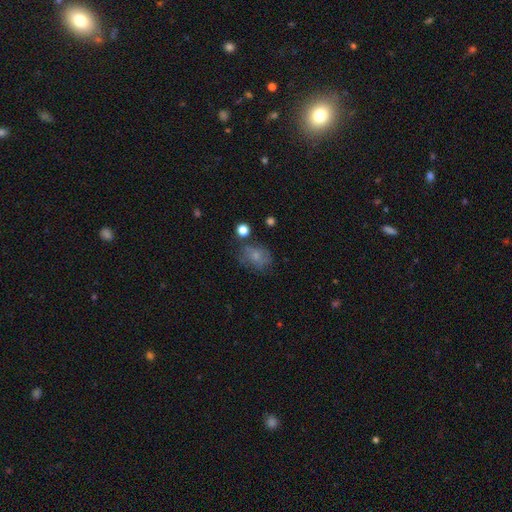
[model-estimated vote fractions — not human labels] Smooth or featured: smooth — 63% (featured or disk — 24%)
How rounded: in between — 58% (round — 40%)
Merging: none — 58% (minor disturbance — 23%)